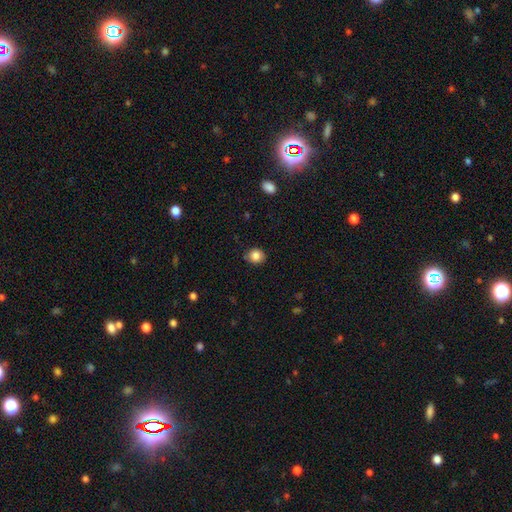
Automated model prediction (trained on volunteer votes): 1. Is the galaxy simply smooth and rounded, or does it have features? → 85% smooth, 10% star or artifact, 6% featured or disk.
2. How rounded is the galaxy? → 79% round, 20% in between, 1% cigar-shaped.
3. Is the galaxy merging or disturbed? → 82% none, 14% minor disturbance, 2% major disturbance, 1% merger.